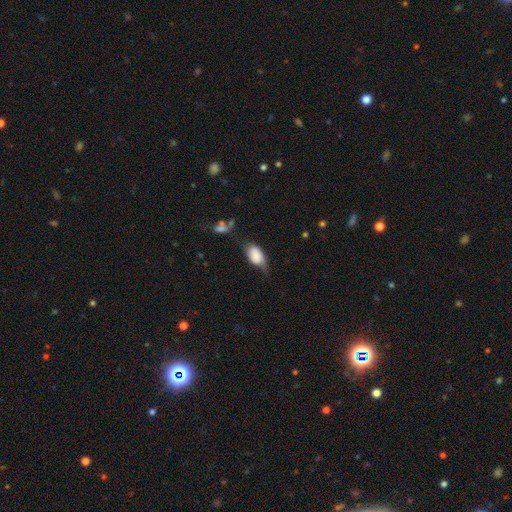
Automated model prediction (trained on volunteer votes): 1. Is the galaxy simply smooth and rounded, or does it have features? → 80% smooth, 12% featured or disk, 8% star or artifact.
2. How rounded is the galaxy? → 90% in between, 6% round, 4% cigar-shaped.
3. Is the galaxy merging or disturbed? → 38% minor disturbance (tied), 38% none (tied), 18% major disturbance, 6% merger.